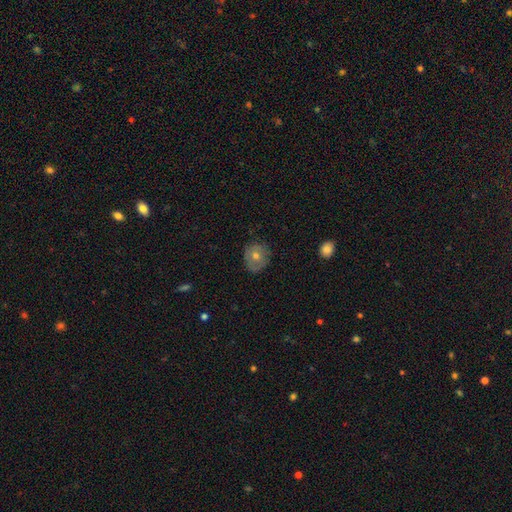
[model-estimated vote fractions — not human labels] Smooth or featured? Predicted: smooth (p=0.52). How rounded? Predicted: round (p=0.82). Merging? Predicted: none (p=0.80).